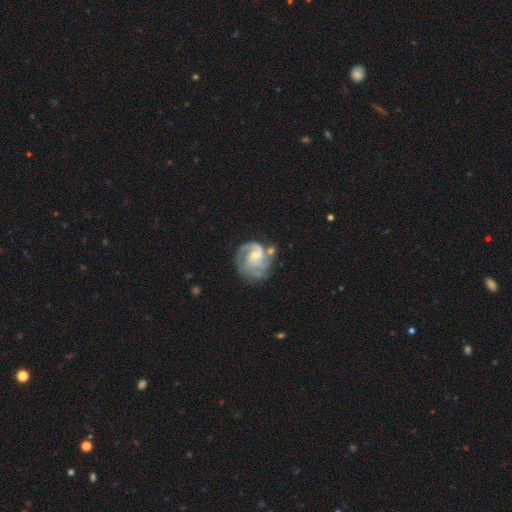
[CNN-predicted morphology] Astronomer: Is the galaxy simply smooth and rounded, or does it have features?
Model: featured or disk — 83%.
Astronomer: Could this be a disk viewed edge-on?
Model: no — 98%.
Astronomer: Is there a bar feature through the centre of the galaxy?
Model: no — 55% (runner-up: weak, 39%).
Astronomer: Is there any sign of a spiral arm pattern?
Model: yes — 93%.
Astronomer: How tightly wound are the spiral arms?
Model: medium — 43% (runner-up: tight, 40%).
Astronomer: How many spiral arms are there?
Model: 2 — 36% (runner-up: 3, 23%).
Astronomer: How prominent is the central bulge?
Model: small — 57% (runner-up: moderate, 33%).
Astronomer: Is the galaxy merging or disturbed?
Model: none — 51%.